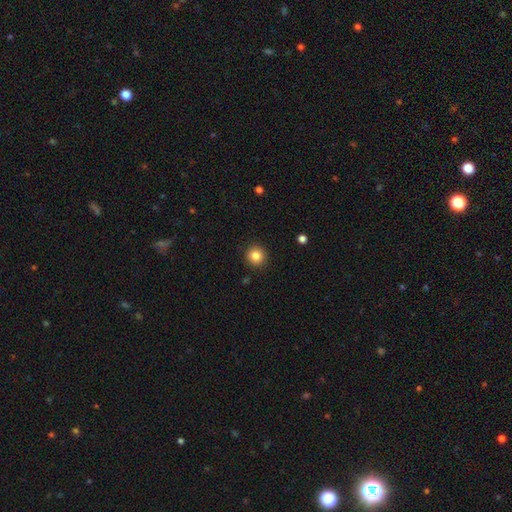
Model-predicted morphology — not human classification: smooth_or_featured: smooth (p=0.84) [alt: star or artifact p=0.10]
how_rounded: round (p=0.95) [alt: in between p=0.05]
merging: none (p=0.92) [alt: minor disturbance p=0.05]